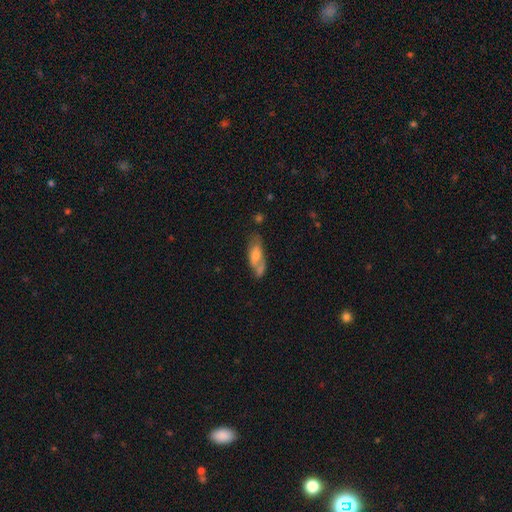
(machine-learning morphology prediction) Q: Smooth or featured?
A: smooth (51%); runner-up: featured or disk (40%)
Q: How rounded?
A: in between (59%); runner-up: cigar-shaped (38%)
Q: Merging?
A: none (47%); runner-up: minor disturbance (24%)